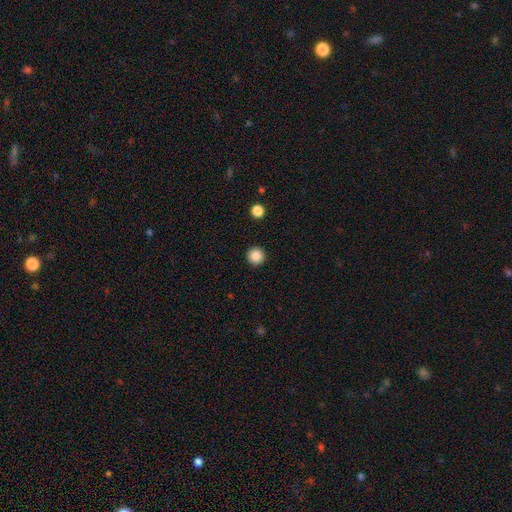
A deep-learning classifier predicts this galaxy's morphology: Smooth or featured: smooth — 86% (star or artifact — 10%)
How rounded: round — 96% (in between — 3%)
Merging: none — 94% (minor disturbance — 4%)